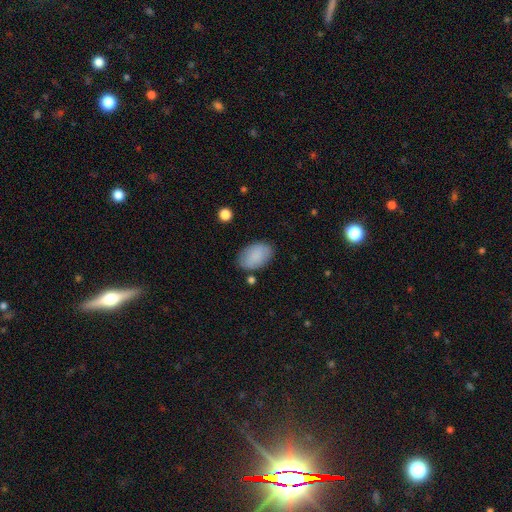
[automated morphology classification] smooth_or_featured: smooth (p=0.86) [alt: featured or disk p=0.08]
how_rounded: in between (p=0.91) [alt: round p=0.08]
merging: none (p=0.80) [alt: minor disturbance p=0.14]